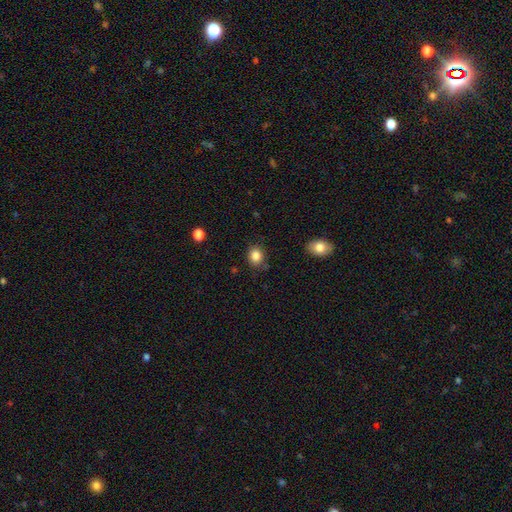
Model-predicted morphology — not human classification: Smooth or featured? Predicted: smooth (p=0.85). How rounded? Predicted: round (p=0.64). Merging? Predicted: none (p=0.82).